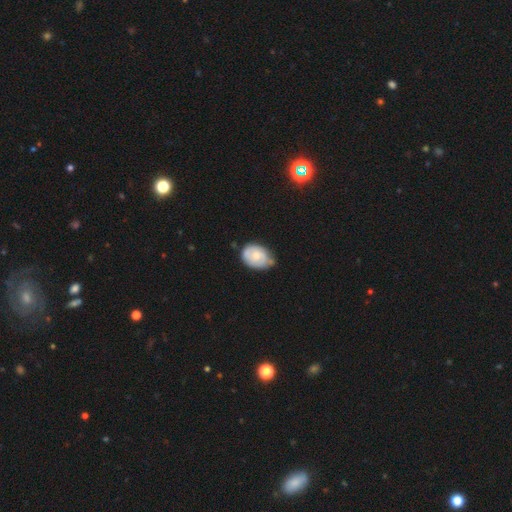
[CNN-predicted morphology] The model was most divided on "smooth or featured": smooth: 54%, featured or disk: 39%, star or artifact: 6%. More confident: how rounded — in between (73%); merging — none (57%).